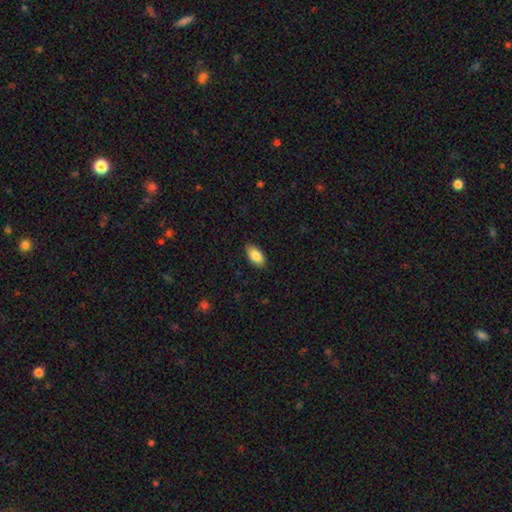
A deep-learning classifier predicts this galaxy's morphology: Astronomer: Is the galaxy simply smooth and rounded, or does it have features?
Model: smooth — 86%.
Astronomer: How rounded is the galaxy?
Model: in between — 93%.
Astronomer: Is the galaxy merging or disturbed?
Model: none — 86%.